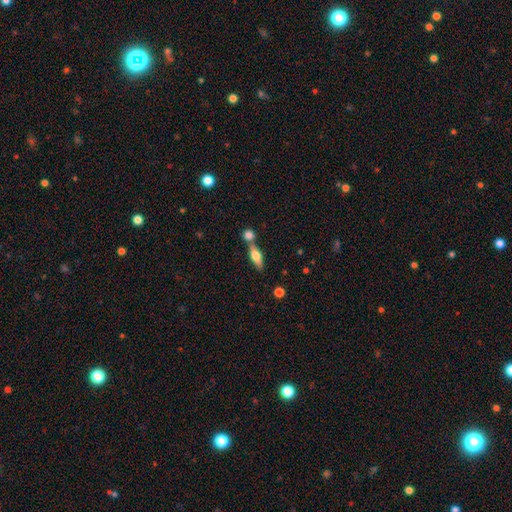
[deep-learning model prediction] smooth 58%, featured or disk 35%, star or artifact 7%. Down the decision tree: how rounded — in between (54%); merging — none (55%).